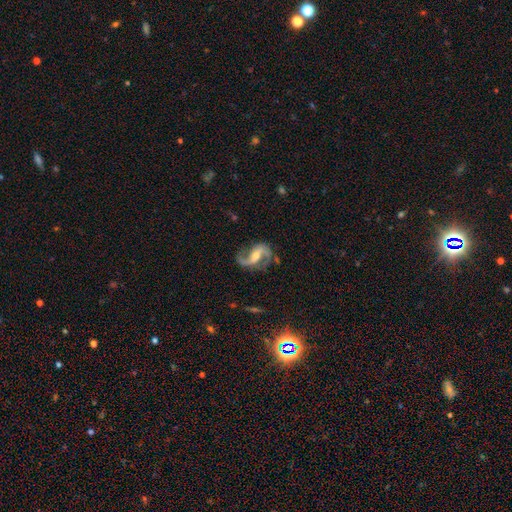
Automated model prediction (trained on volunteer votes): Morphology: type=featured or disk (90%); edge-on=no (97%); bar=weak (41%); spiral arms=yes (97%); winding=loose (62%); arm count=2 (92%); bulge=moderate (53%); merging=none (72%).